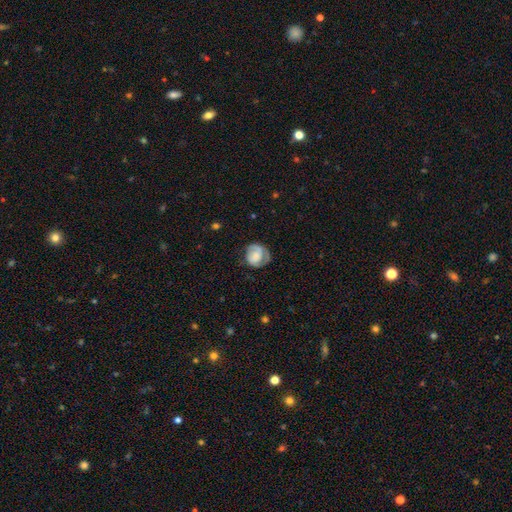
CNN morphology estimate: This appears to be a smooth galaxy with no disk features (48%). Merging: none (56%).